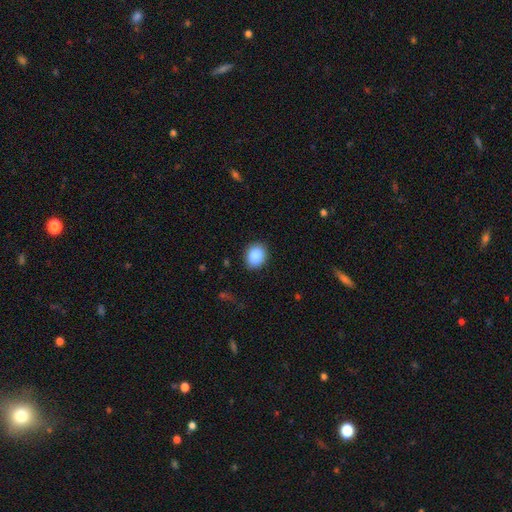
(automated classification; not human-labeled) Q: Smooth or featured?
A: smooth (88%); runner-up: star or artifact (8%)
Q: How rounded?
A: round (55%); runner-up: in between (44%)
Q: Merging?
A: none (88%); runner-up: minor disturbance (8%)